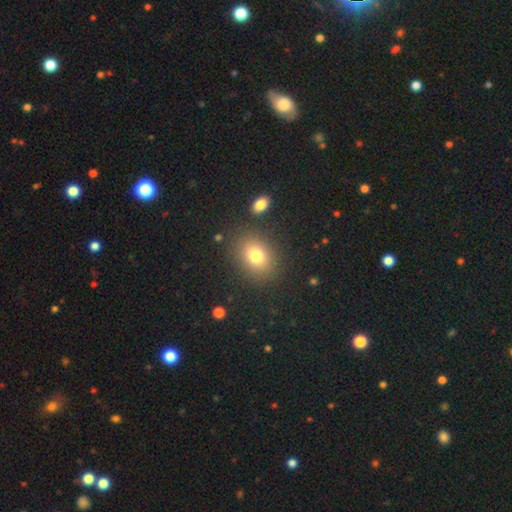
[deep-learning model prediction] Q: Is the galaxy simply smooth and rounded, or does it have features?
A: smooth — 76%.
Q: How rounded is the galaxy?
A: in between — 54%.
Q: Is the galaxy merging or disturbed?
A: none — 84%.